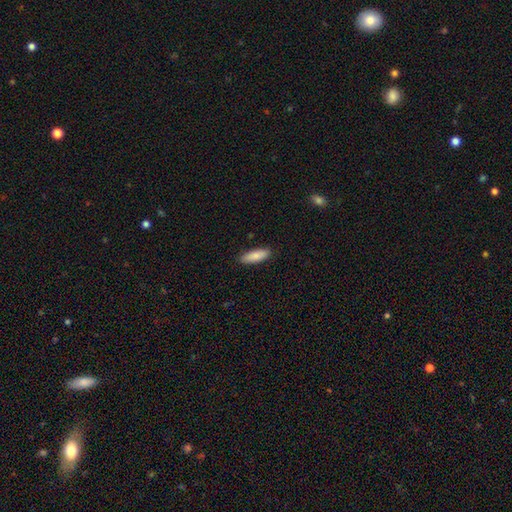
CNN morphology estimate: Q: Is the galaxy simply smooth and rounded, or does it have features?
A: smooth — 86%.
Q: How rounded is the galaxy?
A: in between — 61%.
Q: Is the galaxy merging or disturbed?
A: none — 89%.